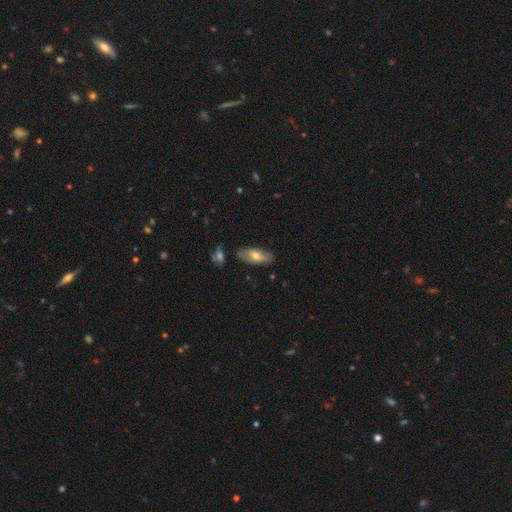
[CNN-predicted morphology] Overall: smooth (61%; featured or disk 33%). How rounded: in between (81%). Merging: none (79%).